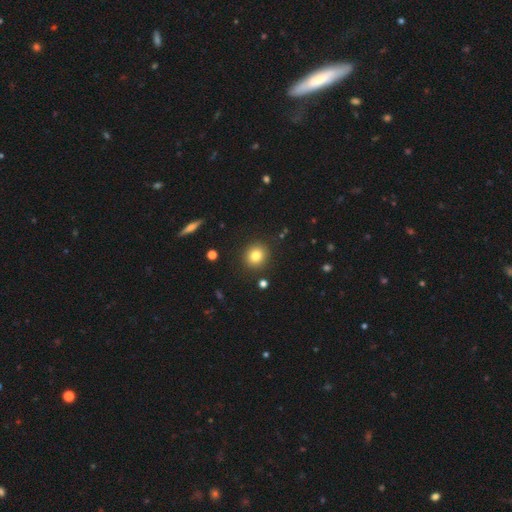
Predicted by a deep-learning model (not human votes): smooth 81%, star or artifact 11%, featured or disk 8%. Down the decision tree: how rounded — round (85%); merging — none (90%).